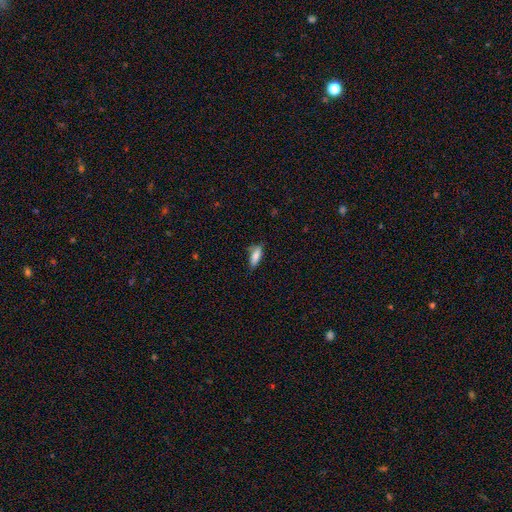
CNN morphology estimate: Smooth or featured? smooth (82%)
How rounded? in between (60%)
Merging? none (64%)